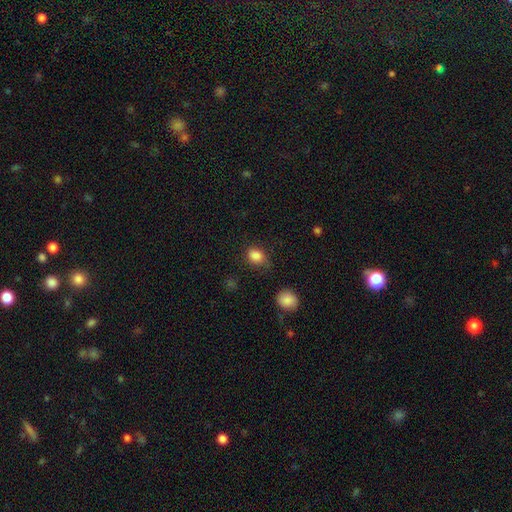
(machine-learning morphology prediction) type=smooth (85%); roundness=round (52%); merging=none (63%).